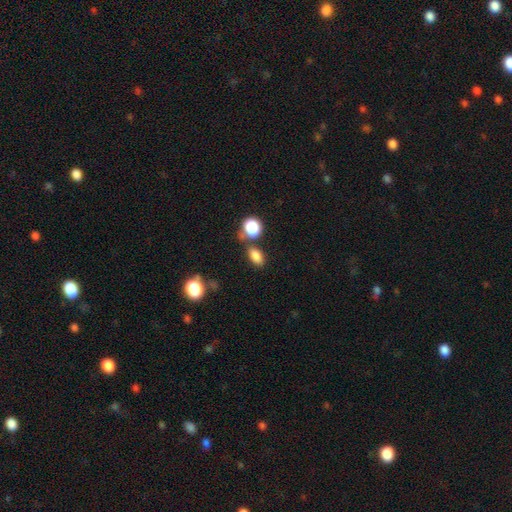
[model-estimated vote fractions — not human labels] A smooth galaxy with no disk features (83%) that is in between round and cigar-shaped (83%). Merging: none (69%).